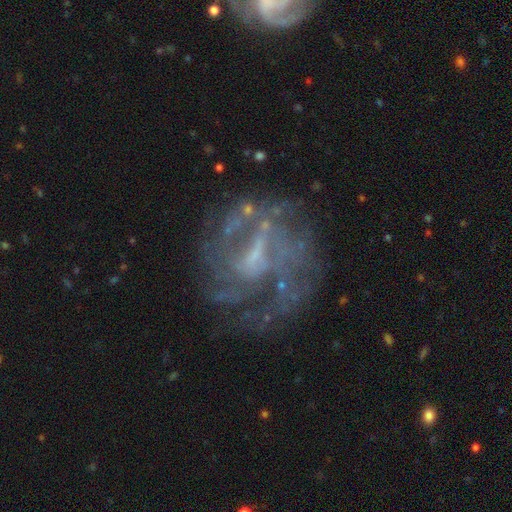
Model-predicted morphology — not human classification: The model was most divided on "spiral winding": medium: 40%, tight: 39%, loose: 21%. Remaining: edge-on disk — no (97%); smooth or featured — featured or disk (80%); spiral arms — yes (73%); merging — none (58%); bar — weak (47%); spiral arm count — can't tell (45%); bulge size — small (42%).